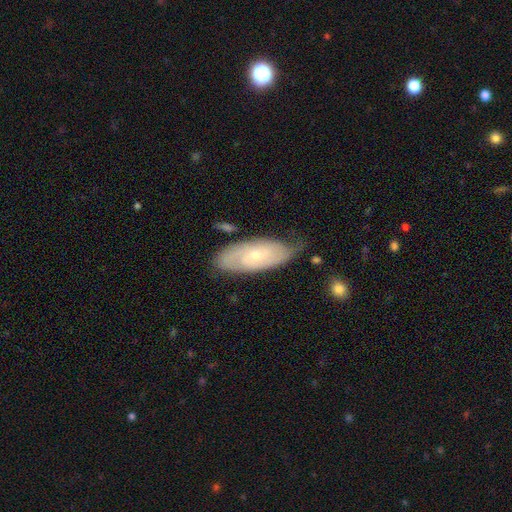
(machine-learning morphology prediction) Smooth or featured? Predicted: featured or disk (p=0.63). Edge-on disk? Predicted: no (p=0.89). Bar? Predicted: no (p=0.75). Spiral arms? Predicted: yes (p=0.82). Bulge size? Predicted: small (p=0.67). Merging? Predicted: none (p=0.66).